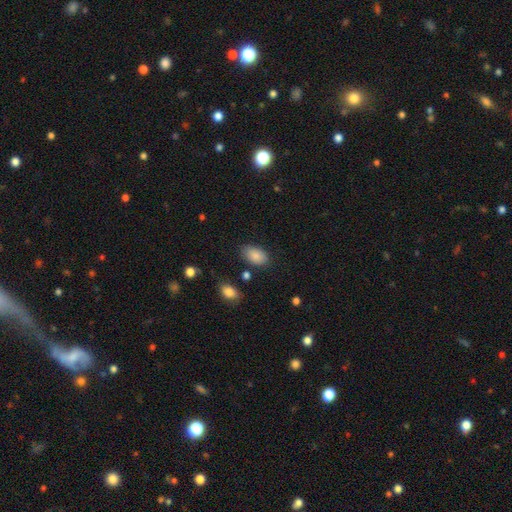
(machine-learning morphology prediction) smooth_or_featured: smooth (p=0.86) [alt: star or artifact p=0.08]
how_rounded: in between (p=0.90) [alt: round p=0.09]
merging: none (p=0.77) [alt: minor disturbance p=0.16]